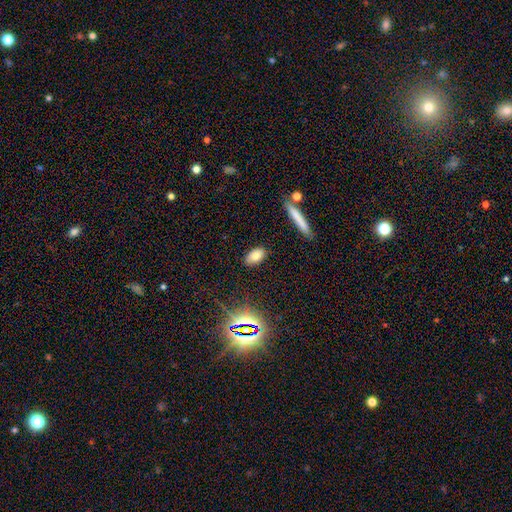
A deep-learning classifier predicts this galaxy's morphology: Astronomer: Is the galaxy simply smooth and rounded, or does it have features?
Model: smooth — 78%.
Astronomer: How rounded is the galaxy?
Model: in between — 90%.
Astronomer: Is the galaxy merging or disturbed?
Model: none — 86%.